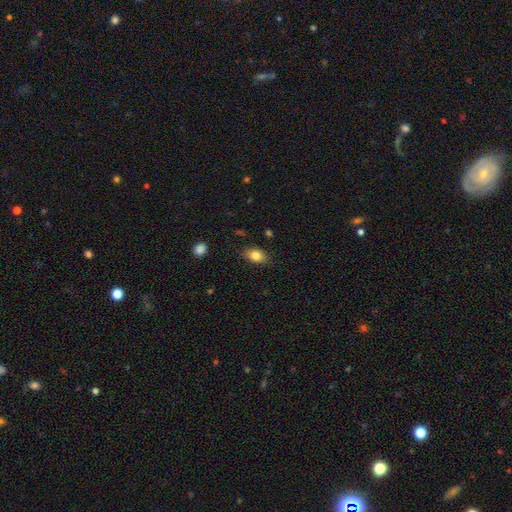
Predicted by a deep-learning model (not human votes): This is clearly a smooth galaxy (82%). How rounded: clearly in between (83%). Merging: clearly none (82%).